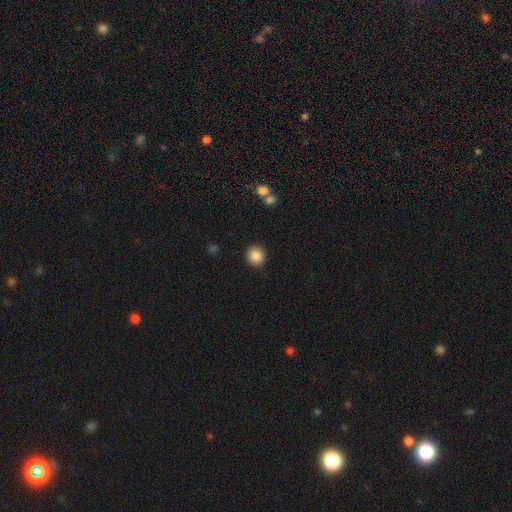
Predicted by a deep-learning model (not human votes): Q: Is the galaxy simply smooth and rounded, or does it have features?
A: smooth — 87%.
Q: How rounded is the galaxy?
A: round — 93%.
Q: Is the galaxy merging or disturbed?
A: none — 92%.